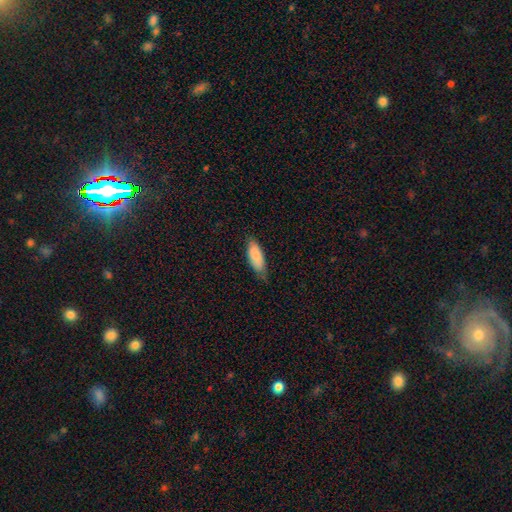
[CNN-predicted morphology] smooth-or-featured: smooth: 85% | featured or disk: 10% | star or artifact: 6%
  how-rounded: in between: 72% | cigar-shaped: 27% | round: 2%
  merging: none: 69% | minor disturbance: 25% | major disturbance: 4% | merger: 1%